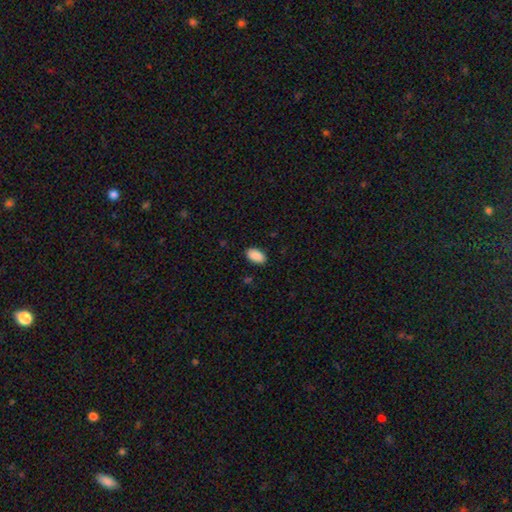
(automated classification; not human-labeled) A smooth galaxy with no disk features (90%) that is in between round and cigar-shaped (94%). Merging: none (87%).